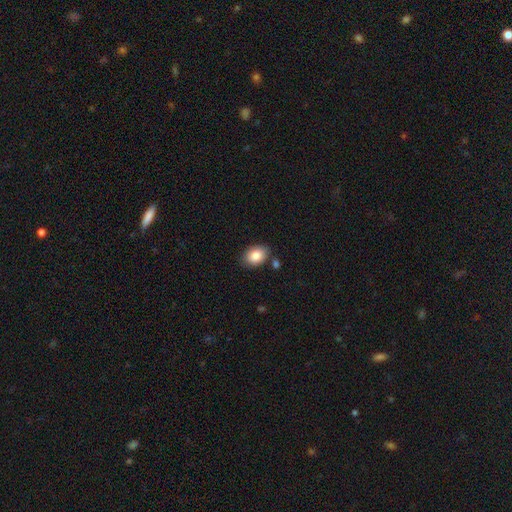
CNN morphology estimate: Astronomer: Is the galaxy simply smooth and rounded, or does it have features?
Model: smooth — 87%.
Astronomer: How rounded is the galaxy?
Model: in between — 79%.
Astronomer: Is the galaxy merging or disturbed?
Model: none — 80%.